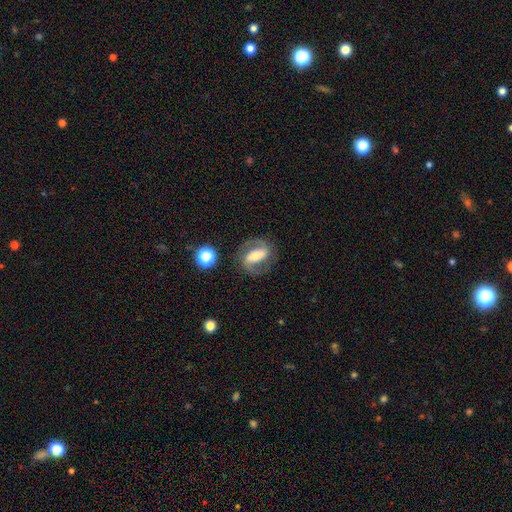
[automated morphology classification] The model was most divided on "spiral winding": medium: 52%, tight: 28%, loose: 20%. More confident: edge-on disk — no (95%); spiral arms — yes (90%); spiral arm count — 2 (90%); merging — none (80%); smooth or featured — featured or disk (79%); bulge size — moderate (56%); bar — strong (56%).